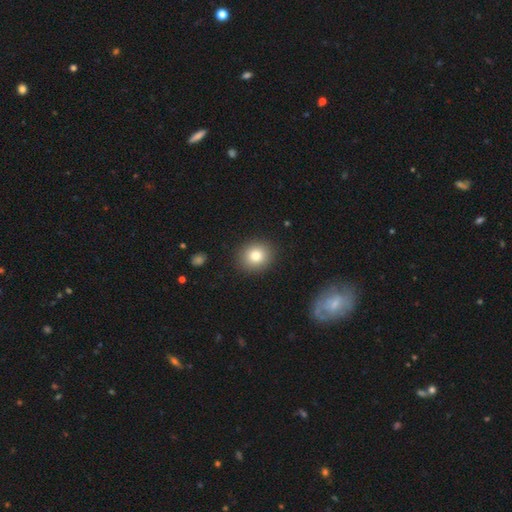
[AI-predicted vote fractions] Morphology: type=smooth (80%); roundness=round (79%); merging=none (90%).